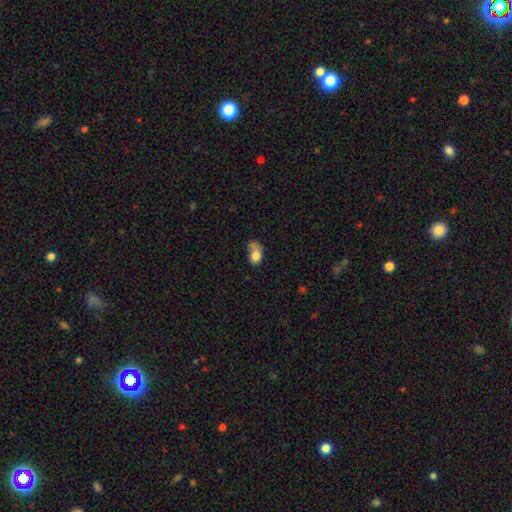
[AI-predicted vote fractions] Smooth or featured: smooth — 76% (featured or disk — 14%)
How rounded: in between — 67% (round — 31%)
Merging: merger — 28% (minor disturbance — 25%)